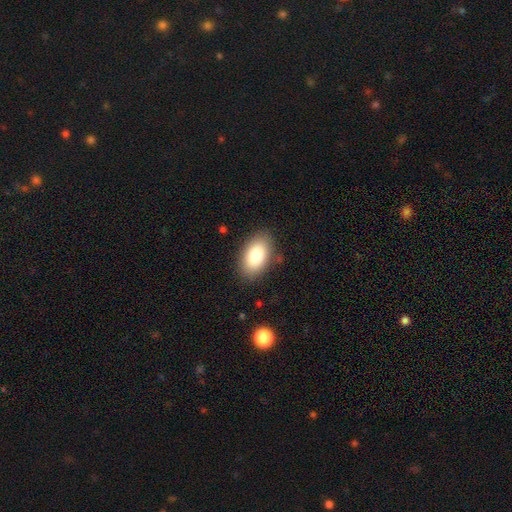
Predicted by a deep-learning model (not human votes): Overall: smooth (85%). How rounded: in between (94%). Merging: none (85%).